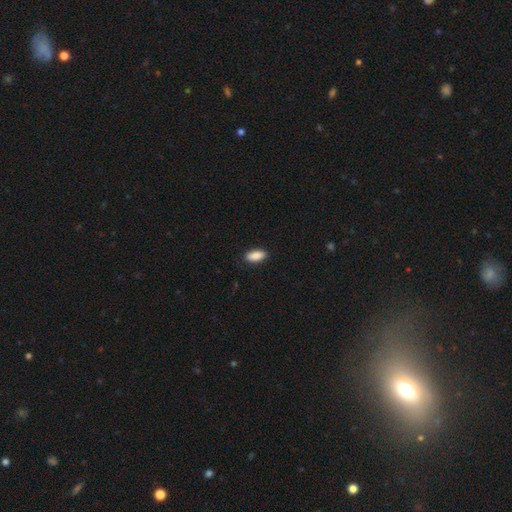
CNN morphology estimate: This appears to be a smooth galaxy with no disk features (88%) that is in between round and cigar-shaped (85%). Merging: none (89%).